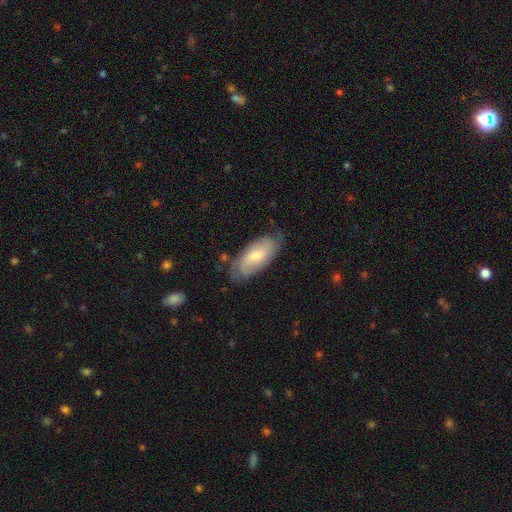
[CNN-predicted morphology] smooth-or-featured: featured or disk: 54% | smooth: 39% | star or artifact: 6%
  disk-edge-on: no: 88% | yes: 12%
  merging: none: 72% | minor disturbance: 21% | major disturbance: 5% | merger: 2%